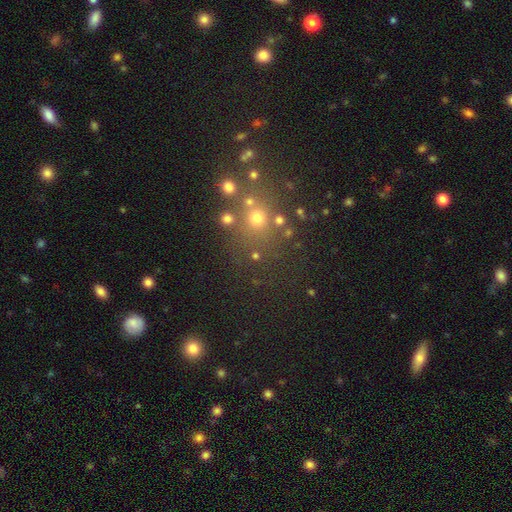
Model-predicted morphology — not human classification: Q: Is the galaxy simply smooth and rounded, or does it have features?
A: smooth — 55%.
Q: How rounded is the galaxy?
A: round — 82%.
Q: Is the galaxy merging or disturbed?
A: none — 72%.